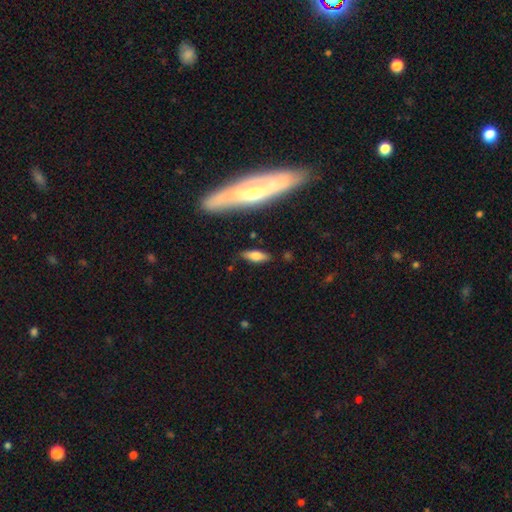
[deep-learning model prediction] Overall: smooth (64%; featured or disk 29%). How rounded: in between (63%; cigar-shaped 33%). Merging: none (82%).